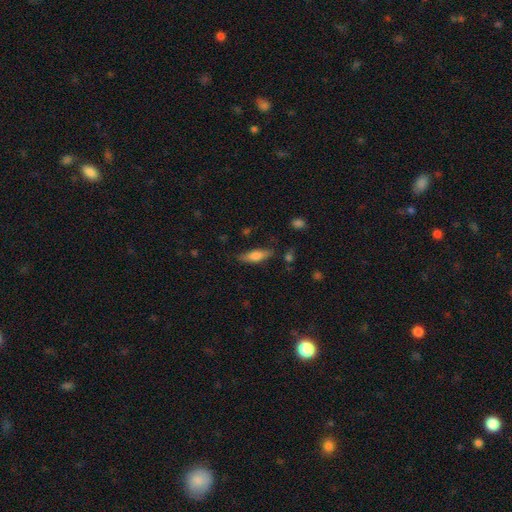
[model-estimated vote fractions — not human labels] smooth-or-featured: smooth: 68% | featured or disk: 25% | star or artifact: 7%
  how-rounded: cigar-shaped: 50% | in between: 48% | round: 2%
  merging: none: 75% | minor disturbance: 18% | major disturbance: 5% | merger: 2%